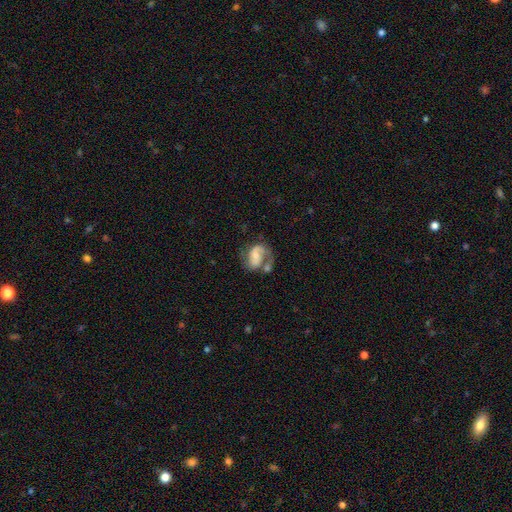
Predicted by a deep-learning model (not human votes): smooth_or_featured: featured or disk (p=0.65) [alt: smooth p=0.27]
disk_edge_on: no (p=0.98) [alt: yes p=0.02]
bar: no (p=0.46) [alt: weak p=0.38]
has_spiral_arms: yes (p=0.86) [alt: no p=0.14]
spiral_winding: medium (p=0.44) [alt: loose p=0.36]
spiral_arm_count: 2 (p=0.61) [alt: 1 p=0.29]
bulge_size: small (p=0.43) [alt: moderate p=0.31]
merging: none (p=0.34) [alt: major disturbance p=0.24]